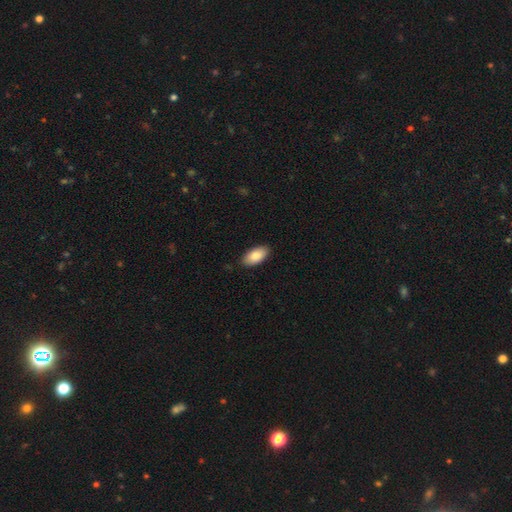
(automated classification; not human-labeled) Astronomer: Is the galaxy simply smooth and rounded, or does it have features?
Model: smooth — 88%.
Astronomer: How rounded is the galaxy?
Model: in between — 94%.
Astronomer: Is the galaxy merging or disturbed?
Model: none — 88%.